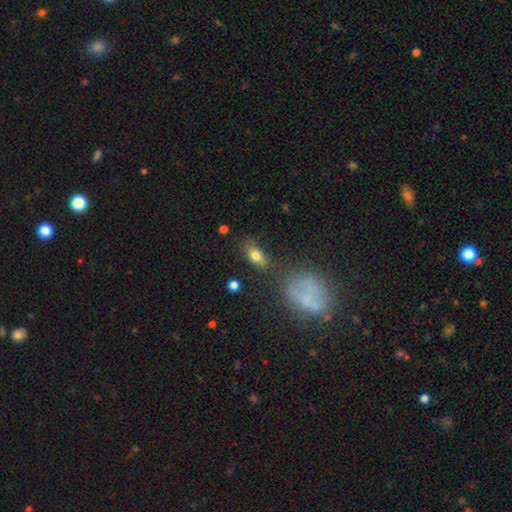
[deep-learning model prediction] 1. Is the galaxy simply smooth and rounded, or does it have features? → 77% smooth, 14% featured or disk, 9% star or artifact.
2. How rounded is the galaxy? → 82% in between, 10% cigar-shaped, 8% round.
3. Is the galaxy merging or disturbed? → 70% none, 18% minor disturbance, 6% major disturbance, 6% merger.